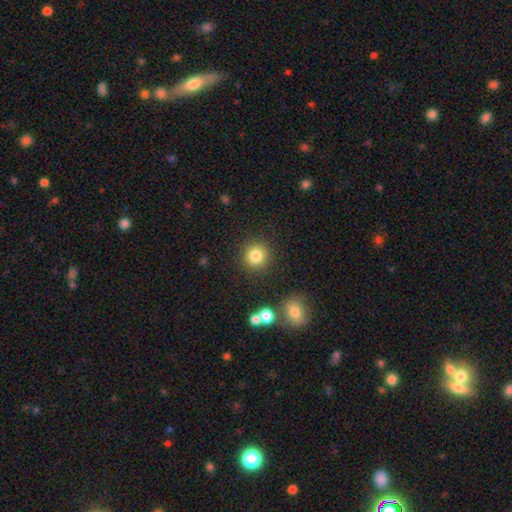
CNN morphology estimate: This is clearly a smooth galaxy (83%). How rounded: clearly round (92%). Merging: clearly none (88%).